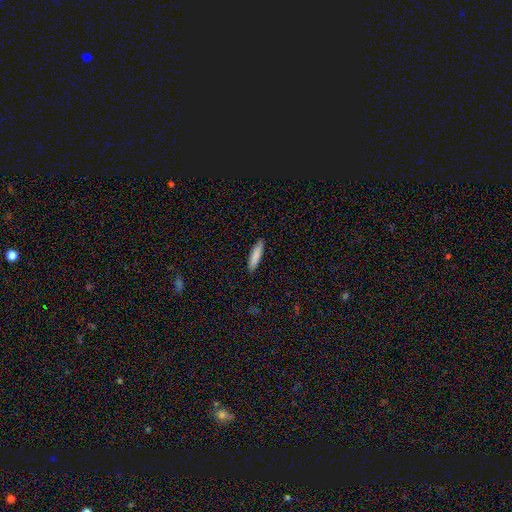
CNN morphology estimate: The model was most divided on "how rounded": cigar-shaped: 80%, in between: 18%, round: 1%. More confident: merging — none (89%); smooth or featured — smooth (85%).